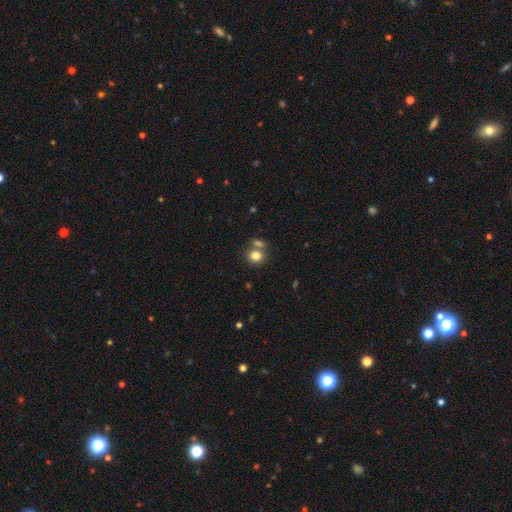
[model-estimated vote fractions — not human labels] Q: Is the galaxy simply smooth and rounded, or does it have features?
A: smooth — 81%.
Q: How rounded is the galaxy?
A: round — 70%.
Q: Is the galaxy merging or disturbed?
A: none — 57%.